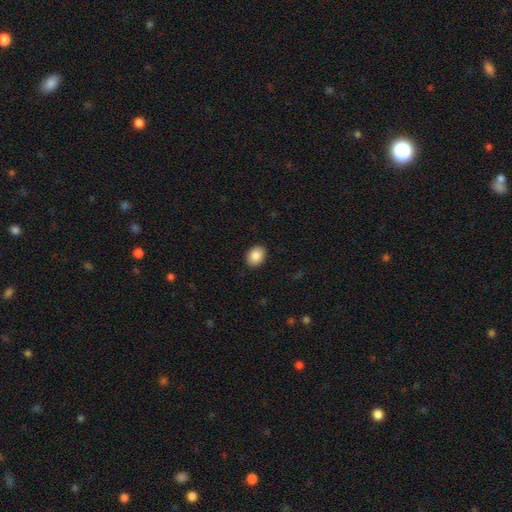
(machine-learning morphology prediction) This is clearly a smooth galaxy (87%). How rounded: likely in between (67%). Merging: clearly none (90%).